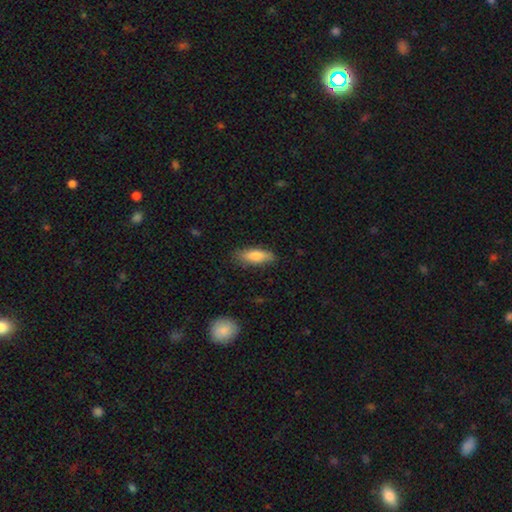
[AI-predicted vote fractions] Smooth or featured?
  - smooth: 81% *
  - featured or disk: 13%
  - star or artifact: 6%
How rounded?
  - in between: 59% *
  - cigar-shaped: 39%
  - round: 2%
Merging?
  - none: 82% *
  - minor disturbance: 14%
  - major disturbance: 3%
  - merger: 1%